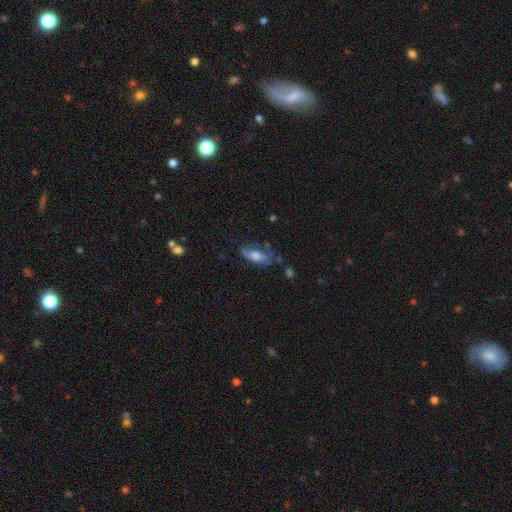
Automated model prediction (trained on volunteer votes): Overall: smooth (54%; featured or disk 37%). How rounded: in between (75%). Merging: none (43%; minor disturbance 30%).